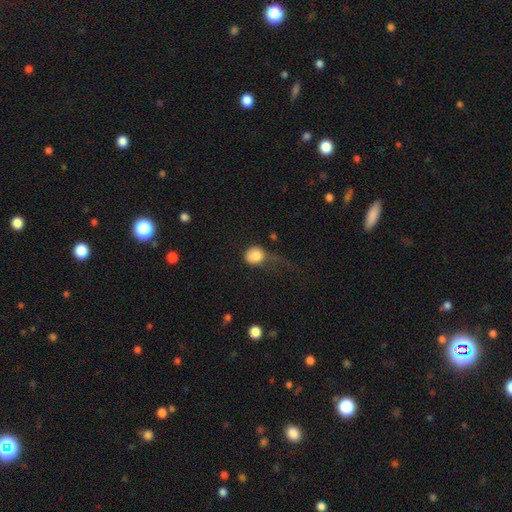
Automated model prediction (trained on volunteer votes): This appears to be a smooth galaxy with no disk features (81%) that is round (74%). Merging: major disturbance (46%).